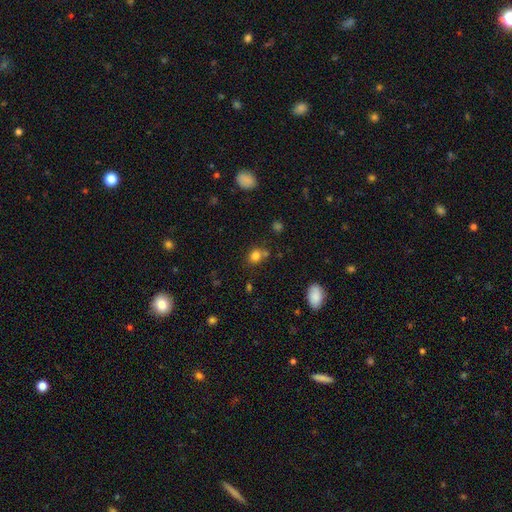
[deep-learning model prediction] Smooth or featured? Predicted: smooth (p=0.79). How rounded? Predicted: round (p=0.65). Merging? Predicted: none (p=0.63).